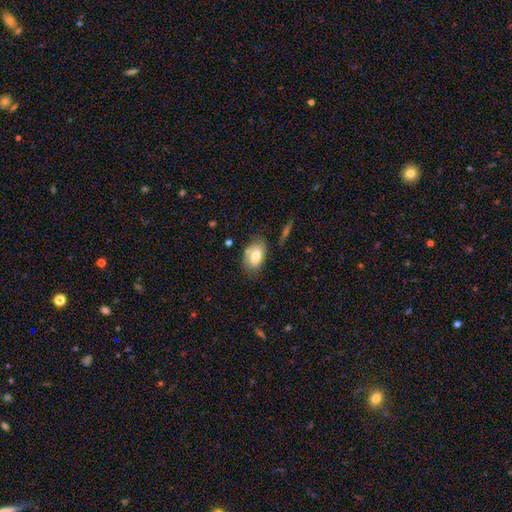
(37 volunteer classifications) Morphology: type=smooth (95%); roundness=in between (94%); merging=none (59%).